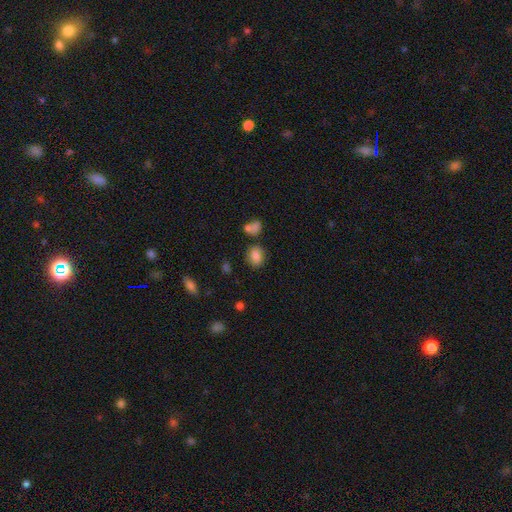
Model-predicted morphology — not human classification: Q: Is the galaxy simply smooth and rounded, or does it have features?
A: smooth — 83%.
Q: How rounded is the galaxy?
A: in between — 57%.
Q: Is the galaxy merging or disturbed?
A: none — 73%.